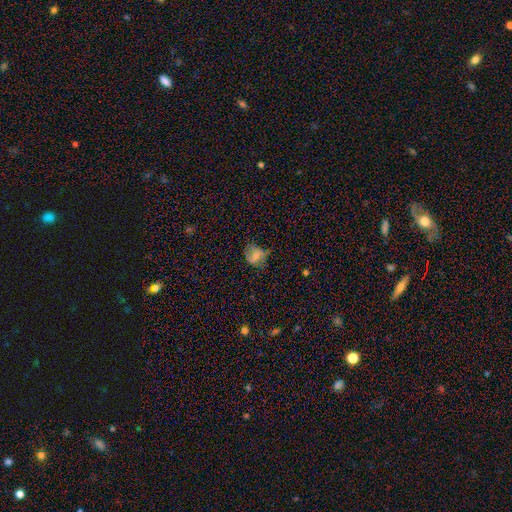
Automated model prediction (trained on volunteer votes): smooth 56%, featured or disk 25%, star or artifact 19%. Down the decision tree: how rounded — round (59%); merging — none (54%).